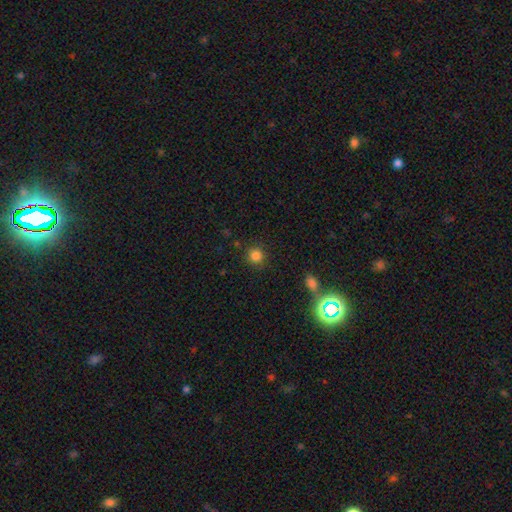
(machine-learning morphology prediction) smooth 82%, star or artifact 13%, featured or disk 4%. Down the decision tree: how rounded — round (93%); merging — none (88%).